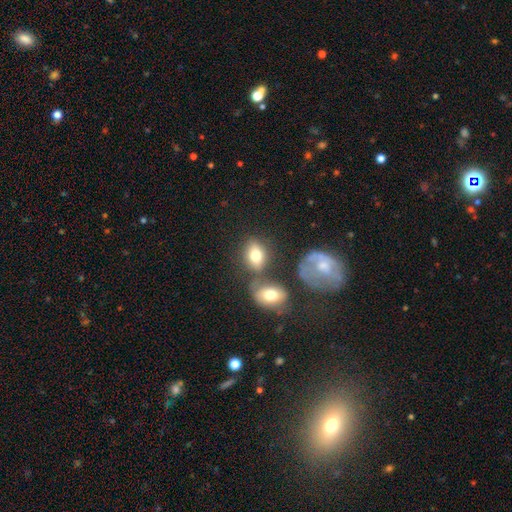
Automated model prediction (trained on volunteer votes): Morphology: type=smooth (74%); roundness=in between (71%); merging=none (53%).